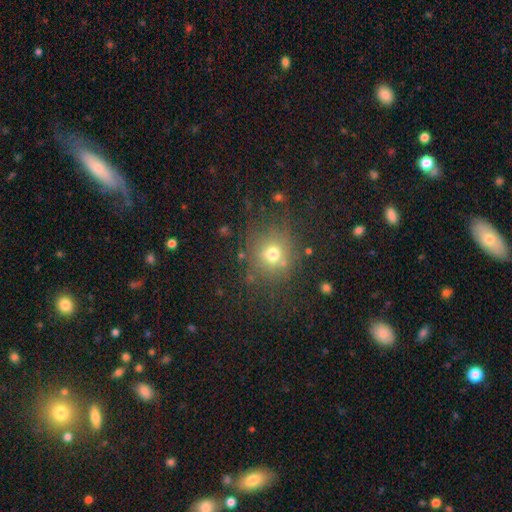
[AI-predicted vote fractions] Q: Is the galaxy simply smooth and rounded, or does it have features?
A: smooth — 54%.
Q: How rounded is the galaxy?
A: round — 87%.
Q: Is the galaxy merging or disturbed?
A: none — 87%.